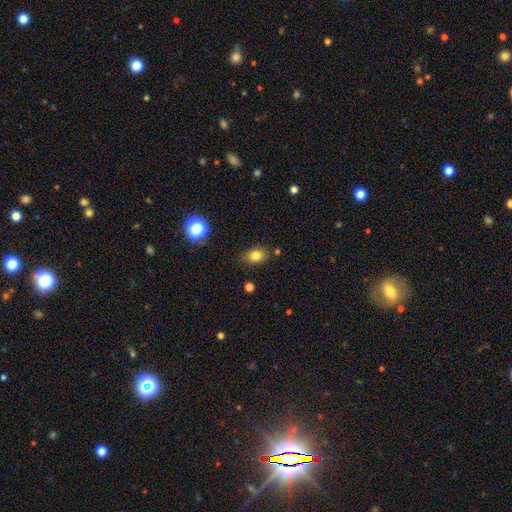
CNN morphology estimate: This appears to be a smooth galaxy with no disk features (80%) that is in between round and cigar-shaped (65%). Merging: none (81%).